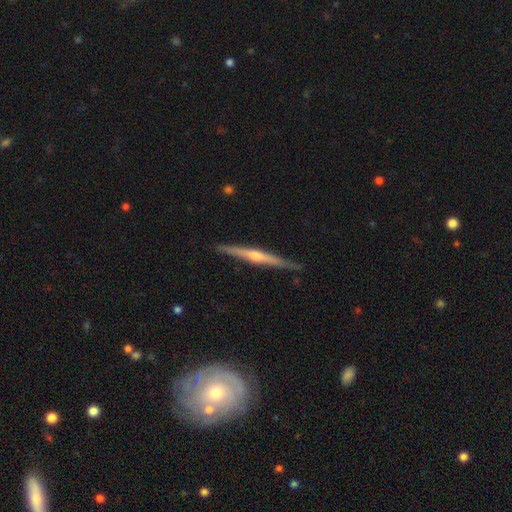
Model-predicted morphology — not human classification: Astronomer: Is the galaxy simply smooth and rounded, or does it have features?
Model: featured or disk — 78%.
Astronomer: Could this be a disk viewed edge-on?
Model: yes — 98%.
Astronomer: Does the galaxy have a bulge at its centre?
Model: rounded — 81%.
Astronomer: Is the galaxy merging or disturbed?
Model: none — 89%.